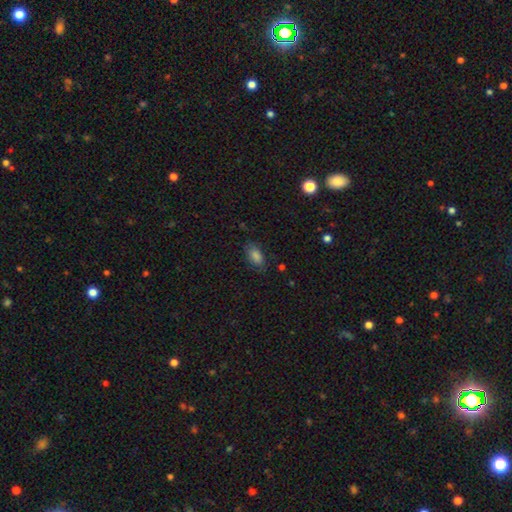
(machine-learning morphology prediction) Smooth or featured?
  - smooth: 79% *
  - star or artifact: 12%
  - featured or disk: 9%
How rounded?
  - in between: 91% *
  - round: 5%
  - cigar-shaped: 4%
Merging?
  - none: 78% *
  - minor disturbance: 16%
  - major disturbance: 4%
  - merger: 1%